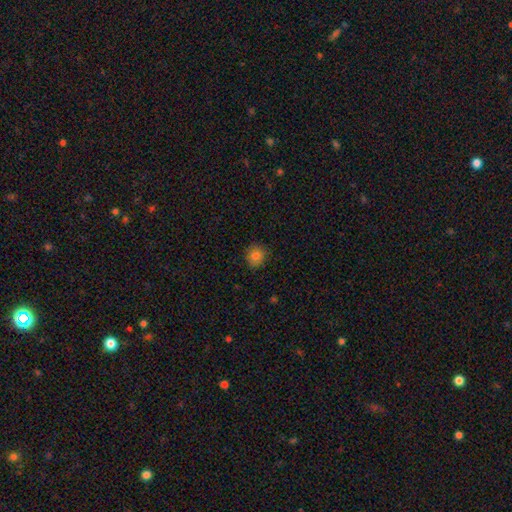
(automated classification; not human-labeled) smooth 83%, star or artifact 11%, featured or disk 6%. Down the decision tree: how rounded — round (82%); merging — none (86%).